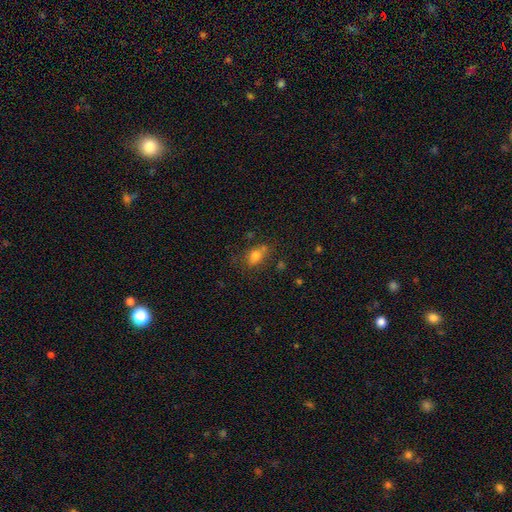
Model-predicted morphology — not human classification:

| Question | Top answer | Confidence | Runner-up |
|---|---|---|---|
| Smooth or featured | smooth | 75% | featured or disk (12%) |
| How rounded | in between | 73% | round (23%) |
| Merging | none | 59% | minor disturbance (20%) |